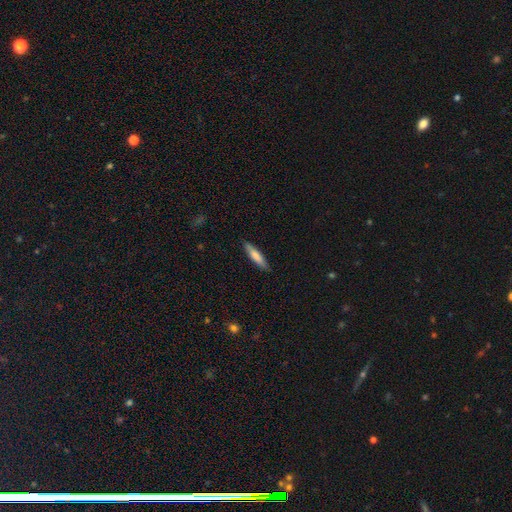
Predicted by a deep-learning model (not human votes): Smooth or featured? Predicted: smooth (p=0.74). How rounded? Predicted: cigar-shaped (p=0.83). Merging? Predicted: none (p=0.88).